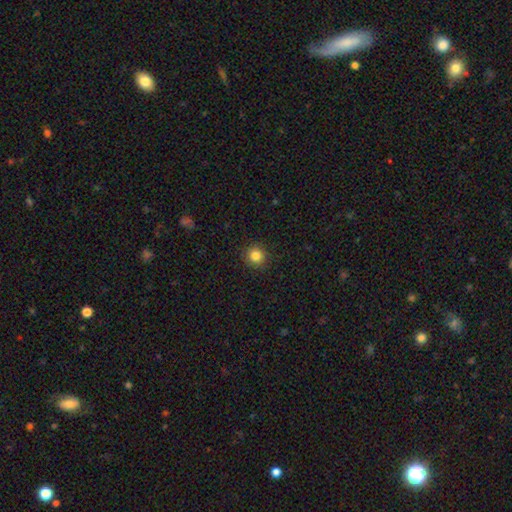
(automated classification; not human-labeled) Smooth or featured?
  - smooth: 84% *
  - star or artifact: 11%
  - featured or disk: 5%
How rounded?
  - round: 94% *
  - in between: 5%
  - cigar-shaped: 1%
Merging?
  - none: 92% *
  - minor disturbance: 5%
  - major disturbance: 2%
  - merger: 1%